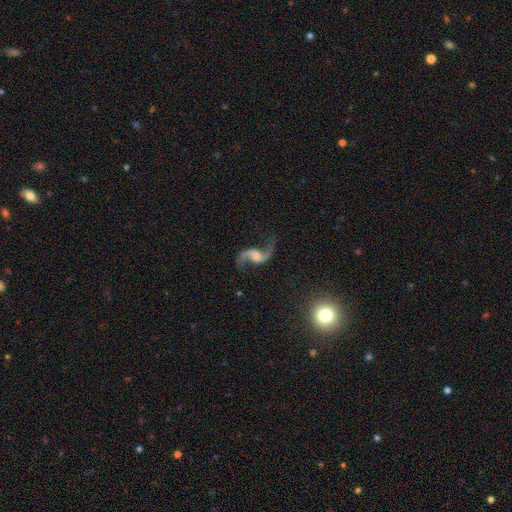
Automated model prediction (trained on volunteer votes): This is clearly a featured or disk galaxy (91%). It is clearly not viewed edge-on (97%). Bar: possibly no (50%). Spiral arm pattern: clearly yes (97%). Spiral arm count: clearly 2 (94%). Spiral winding: clearly loose (88%). Central bulge: marginally moderate (30%). Merging: likely none (77%).